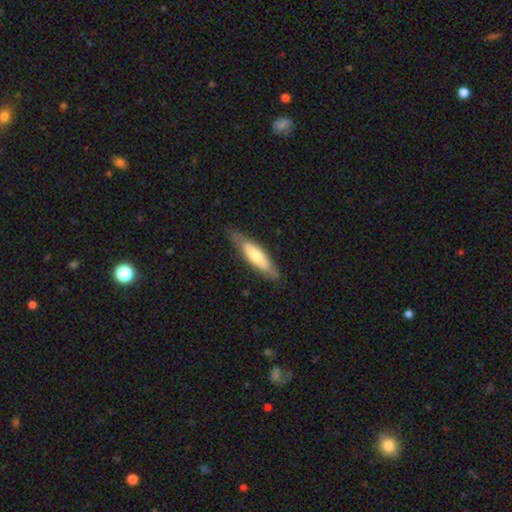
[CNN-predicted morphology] Q: Smooth or featured?
A: smooth (53%); runner-up: featured or disk (42%)
Q: How rounded?
A: cigar-shaped (66%); runner-up: in between (32%)
Q: Merging?
A: none (80%); runner-up: minor disturbance (15%)